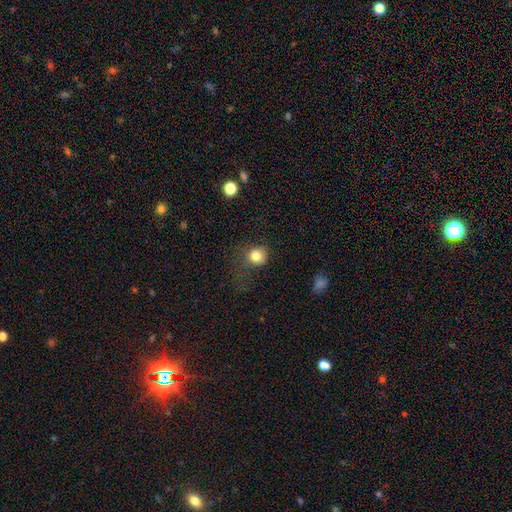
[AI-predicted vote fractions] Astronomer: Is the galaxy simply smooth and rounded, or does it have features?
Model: smooth — 81%.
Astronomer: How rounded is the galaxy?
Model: round — 84%.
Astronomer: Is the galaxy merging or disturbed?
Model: none — 55%.